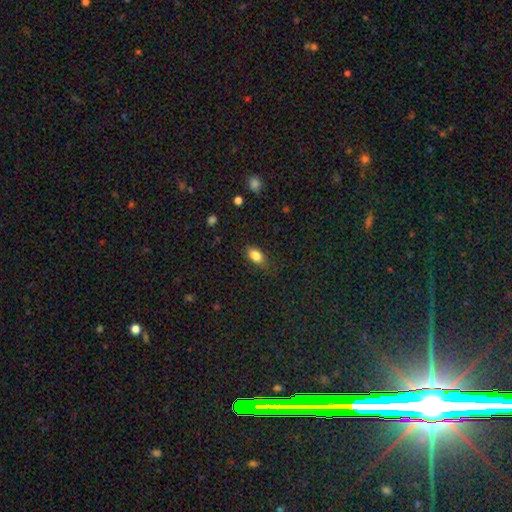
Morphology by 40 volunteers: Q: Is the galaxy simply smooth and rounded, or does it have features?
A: smooth — 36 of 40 (90%).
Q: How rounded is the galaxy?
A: in between — 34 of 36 (94%).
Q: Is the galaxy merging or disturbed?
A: none — 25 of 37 (68%).